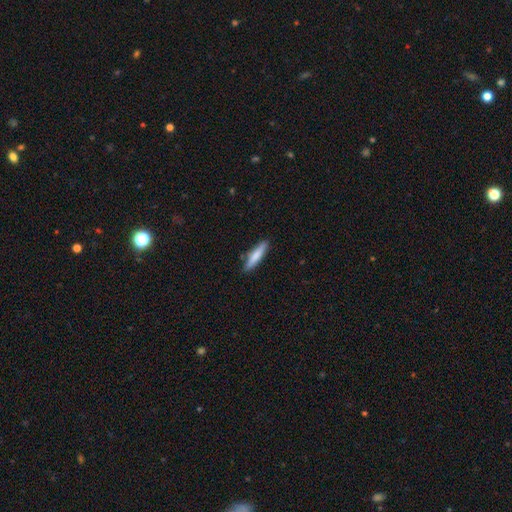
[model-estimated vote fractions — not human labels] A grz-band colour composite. It shows a smooth galaxy with no disk features (76%) that is cigar-shaped (85%). Merging: none (86%).